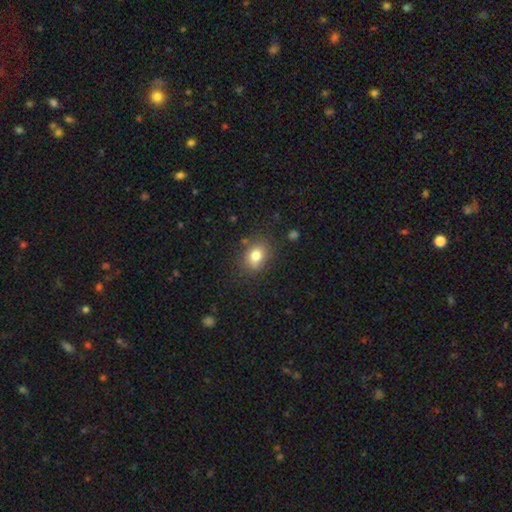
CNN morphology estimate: Smooth or featured: smooth — 80% (star or artifact — 11%)
How rounded: in between — 57% (round — 42%)
Merging: none — 81% (minor disturbance — 12%)